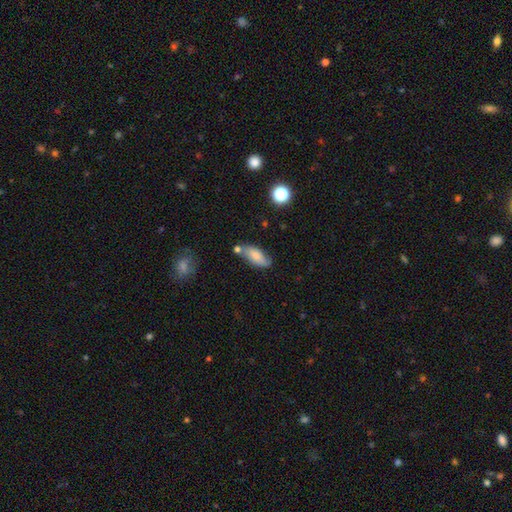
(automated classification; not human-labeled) Overall: smooth (71%). How rounded: in between (81%). Merging: none (61%; minor disturbance 22%).